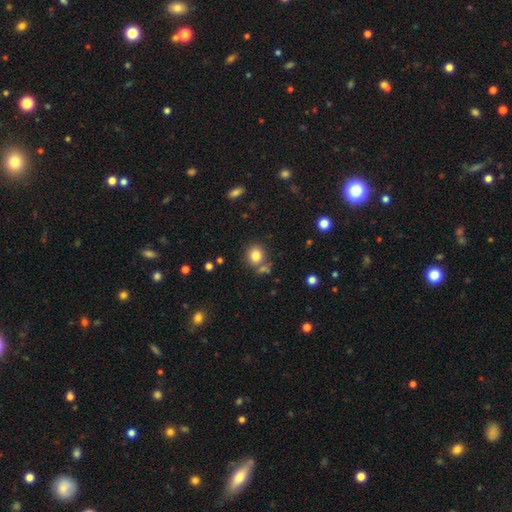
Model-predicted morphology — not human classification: smooth 81%, star or artifact 11%, featured or disk 7%. Down the decision tree: how rounded — round (83%); merging — none (72%).